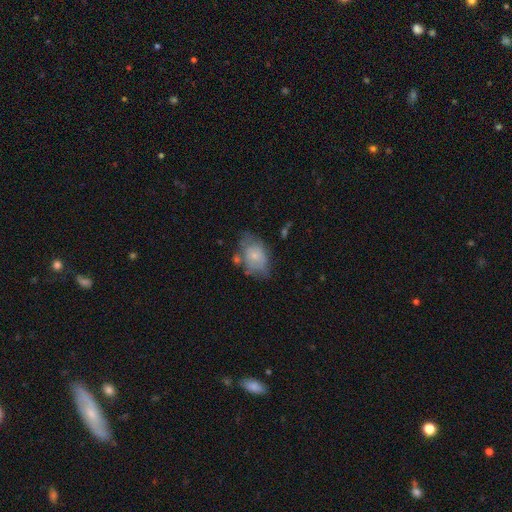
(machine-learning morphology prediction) This appears to be a smooth galaxy with no disk features (61%) that is in between round and cigar-shaped (81%). Merging: none (47%).